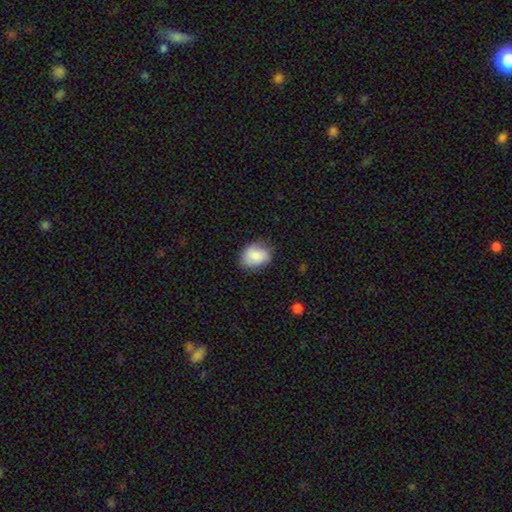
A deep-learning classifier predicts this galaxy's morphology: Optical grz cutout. It shows a smooth galaxy with no disk features (87%) that is in between round and cigar-shaped (67%). Merging: none (77%).